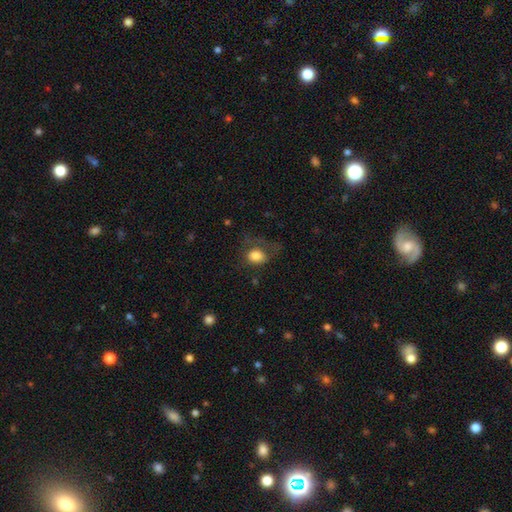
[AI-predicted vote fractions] The model was most divided on "merging": none: 41%, major disturbance: 34%, minor disturbance: 23%, merger: 2%. More confident: smooth or featured — smooth (79%); how rounded — in between (54%).